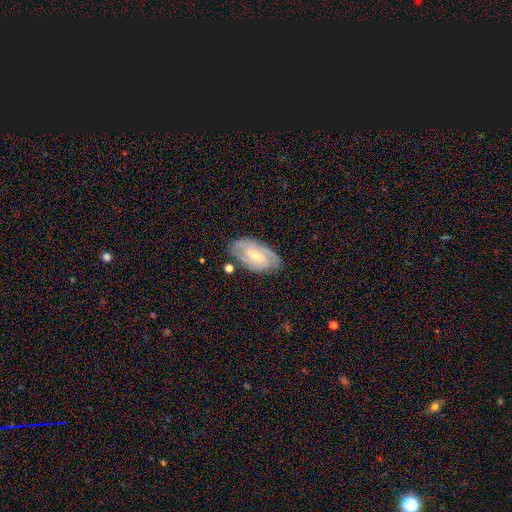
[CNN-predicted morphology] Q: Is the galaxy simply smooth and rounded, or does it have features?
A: featured or disk — 74%.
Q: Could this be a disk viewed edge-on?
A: no — 95%.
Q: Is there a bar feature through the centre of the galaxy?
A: weak — 46%.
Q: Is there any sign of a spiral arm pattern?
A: yes — 90%.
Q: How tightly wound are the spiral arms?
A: tight — 58%.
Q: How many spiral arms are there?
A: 2 — 47%.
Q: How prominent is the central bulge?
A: small — 61%.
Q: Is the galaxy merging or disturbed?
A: none — 75%.